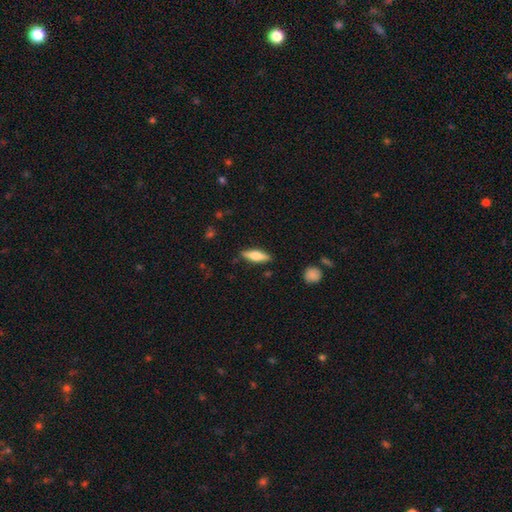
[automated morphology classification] smooth-or-featured: smooth: 57% | featured or disk: 37% | star or artifact: 6%
  how-rounded: cigar-shaped: 50% | in between: 48% | round: 2%
  merging: none: 86% | minor disturbance: 10% | major disturbance: 2% | merger: 1%